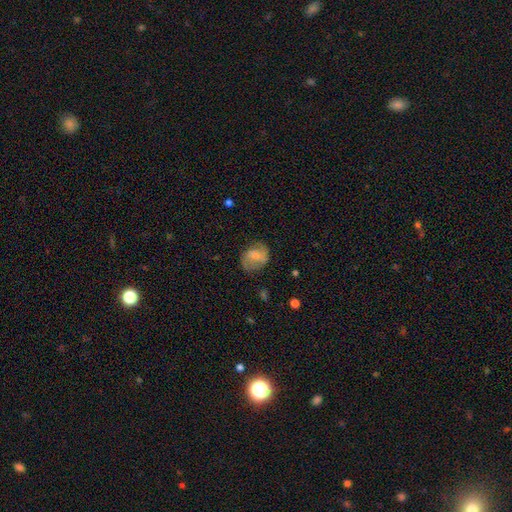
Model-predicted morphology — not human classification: featured or disk 64%, smooth 29%, star or artifact 7%. Down the decision tree: edge-on disk — no (98%); bar — weak (50%); spiral arms — yes (91%); spiral arm count — 2 (87%); spiral winding — medium (48%); bulge size — small (44%); merging — none (71%).